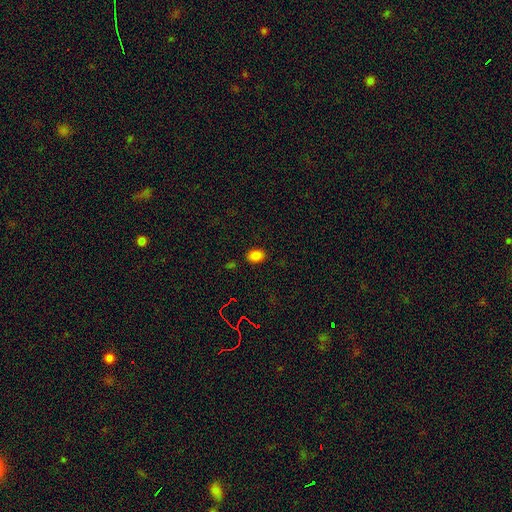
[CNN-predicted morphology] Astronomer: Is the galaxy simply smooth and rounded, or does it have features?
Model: smooth — 82%.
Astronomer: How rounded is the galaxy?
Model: in between — 75%.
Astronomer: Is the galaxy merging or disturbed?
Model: none — 87%.